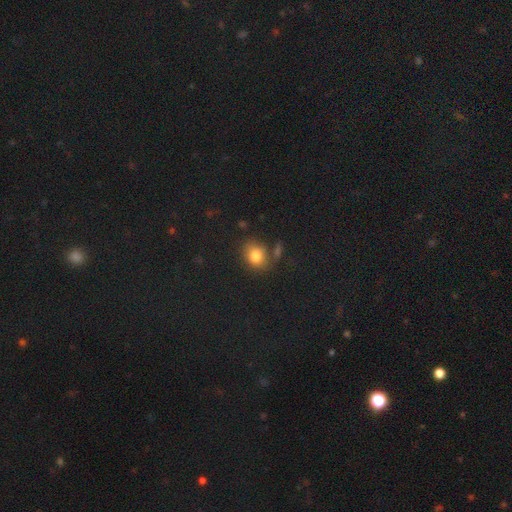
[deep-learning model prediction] A smooth galaxy with no disk features (81%) that is round (61%).

Vote fractions:
- Smooth or featured? smooth: 81% / star or artifact: 12% / featured or disk: 7%
- How rounded? round: 61% / in between: 38% / cigar-shaped: 1%
- Merging? none: 65% / minor disturbance: 17% / merger: 11% / major disturbance: 7%